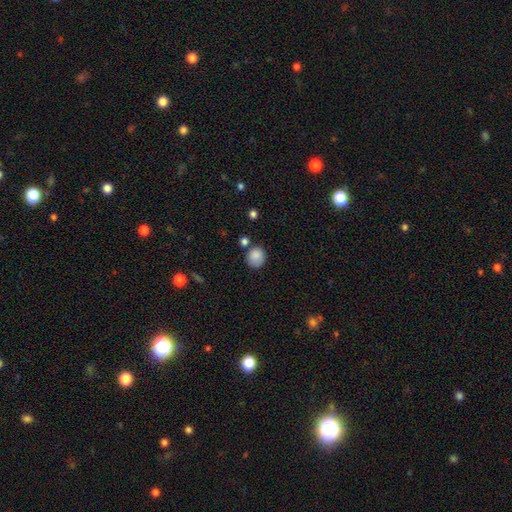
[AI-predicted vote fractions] Smooth or featured? smooth (86%)
How rounded? round (79%)
Merging? none (71%)